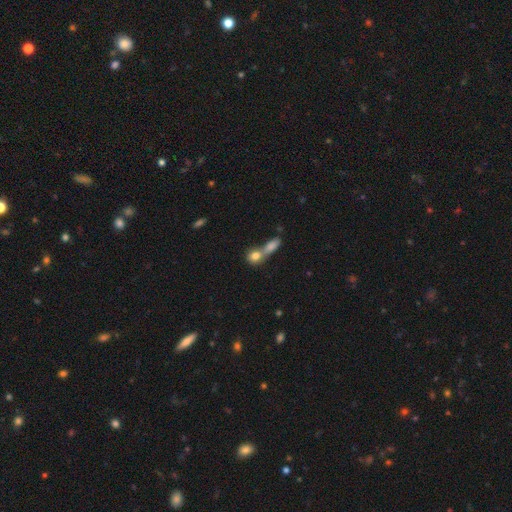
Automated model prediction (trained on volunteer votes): Smooth or featured?
  - smooth: 79% *
  - featured or disk: 12%
  - star or artifact: 9%
How rounded?
  - round: 56% *
  - in between: 38%
  - cigar-shaped: 6%
Merging?
  - merger: 64% *
  - none: 26%
  - minor disturbance: 6%
  - major disturbance: 4%